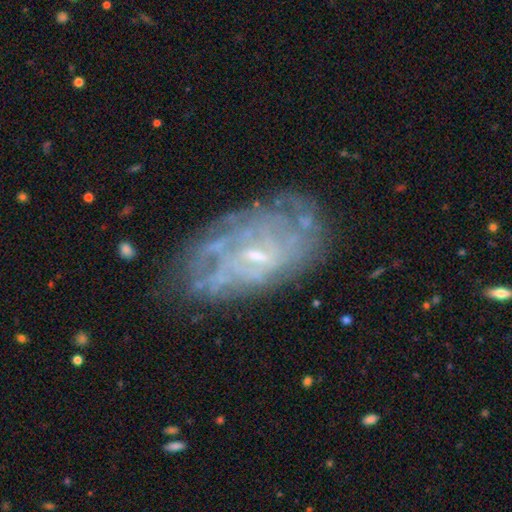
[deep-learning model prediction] Morphology: type=featured or disk (78%); edge-on=no (95%); bar=weak (48%); spiral arms=yes (78%); winding=tight (65%); arm count=can't tell (62%); bulge=small (70%); merging=none (67%).